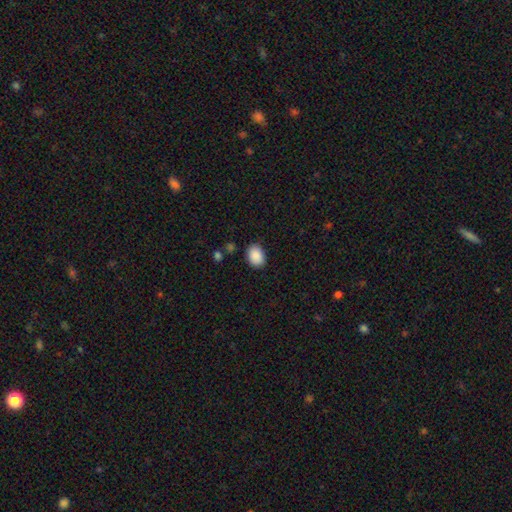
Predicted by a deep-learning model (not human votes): Overall: smooth (89%). How rounded: in between (75%). Merging: none (84%).